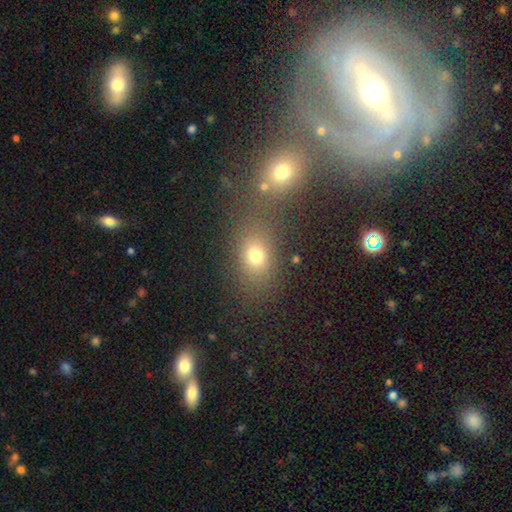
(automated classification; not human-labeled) smooth_or_featured: smooth (p=0.70) [alt: star or artifact p=0.18]
how_rounded: in between (p=0.65) [alt: round p=0.32]
merging: none (p=0.62) [alt: merger p=0.19]